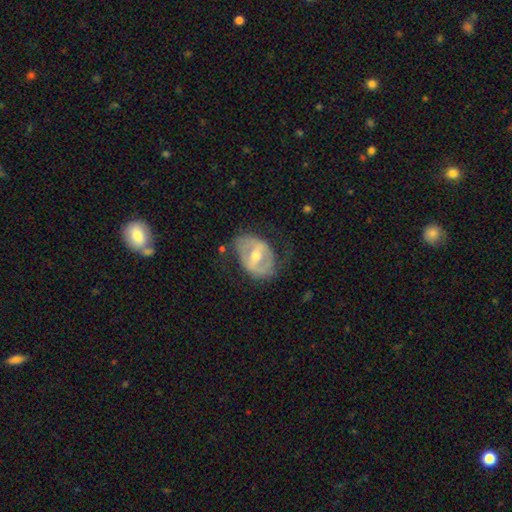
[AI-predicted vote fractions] Smooth or featured?
  - featured or disk: 65% *
  - smooth: 30%
  - star or artifact: 6%
Edge-on disk?
  - no: 93% *
  - yes: 7%
Bar?
  - strong: 43% *
  - weak: 38%
  - no: 18%
Spiral arms?
  - no: 63% *
  - yes: 37%
Bulge size?
  - moderate: 72% *
  - small: 19%
  - large: 7%
  - none: 1%
  - dominant: 1%
Merging?
  - none: 61% *
  - minor disturbance: 24%
  - major disturbance: 13%
  - merger: 2%